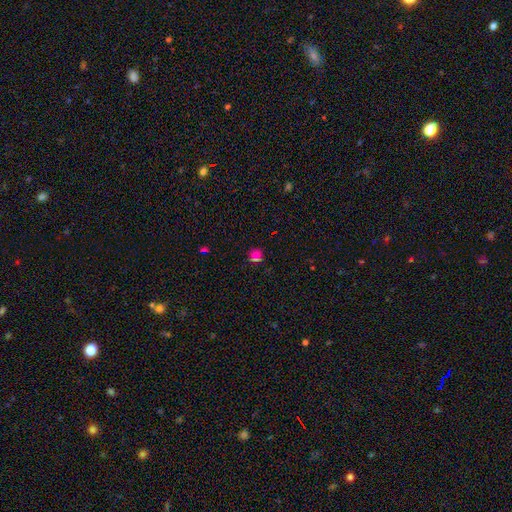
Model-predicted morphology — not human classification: The model was most divided on "smooth or featured": smooth: 56%, star or artifact: 33%, featured or disk: 10%. More confident: how rounded — round (88%); merging — none (74%).